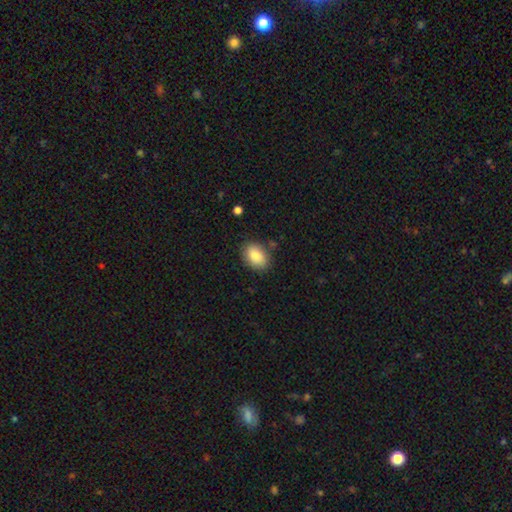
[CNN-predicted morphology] Smooth or featured? Predicted: smooth (p=0.85). How rounded? Predicted: in between (p=0.81). Merging? Predicted: none (p=0.82).